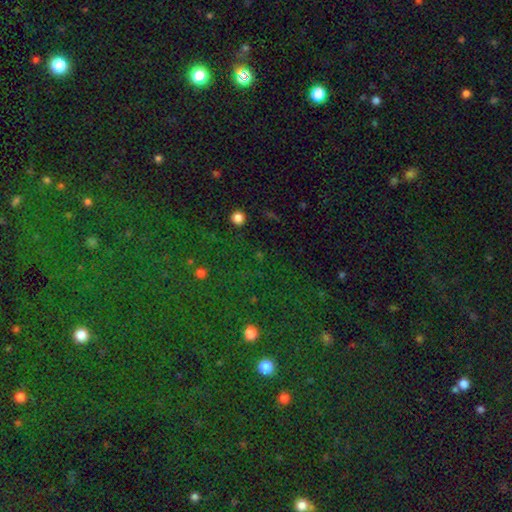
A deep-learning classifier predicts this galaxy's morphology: smooth_or_featured: star or artifact (p=0.77) [alt: smooth p=0.15]